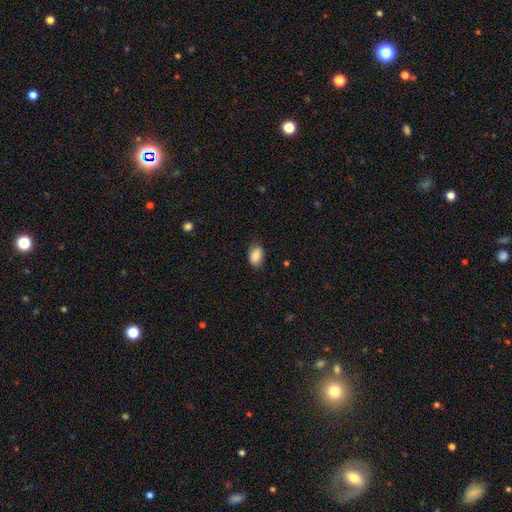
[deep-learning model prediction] Morphology: type=smooth (88%); roundness=in between (87%); merging=none (81%).